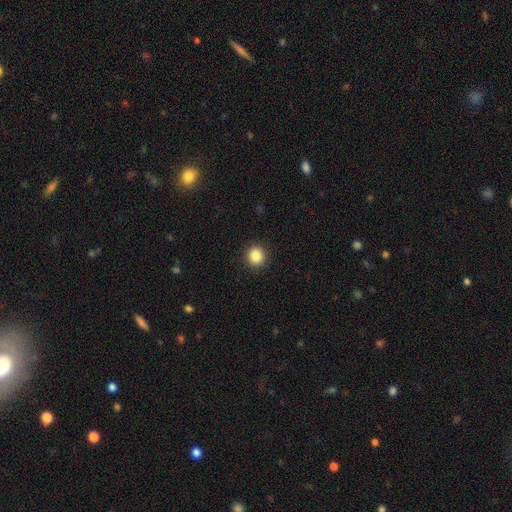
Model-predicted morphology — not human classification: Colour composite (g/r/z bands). It shows a smooth galaxy with no disk features (86%) that is round (86%). Merging: none (92%).